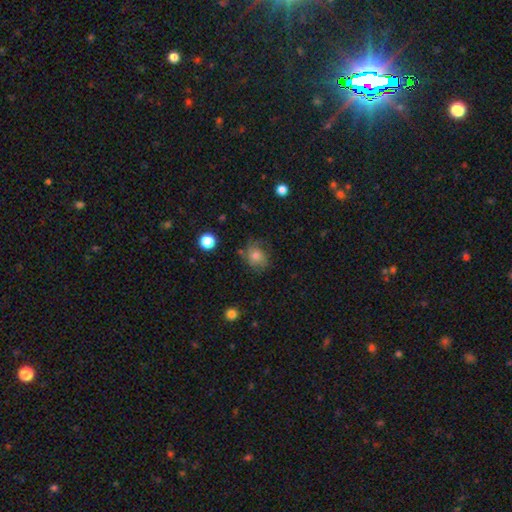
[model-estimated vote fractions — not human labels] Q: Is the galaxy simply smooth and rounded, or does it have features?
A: smooth — 61%.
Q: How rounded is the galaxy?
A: round — 61%.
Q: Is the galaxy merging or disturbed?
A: none — 61%.